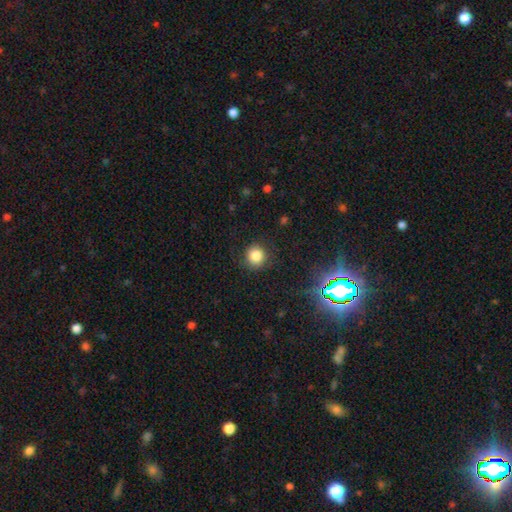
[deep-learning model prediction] Morphology: type=smooth (83%); roundness=round (92%); merging=none (85%).